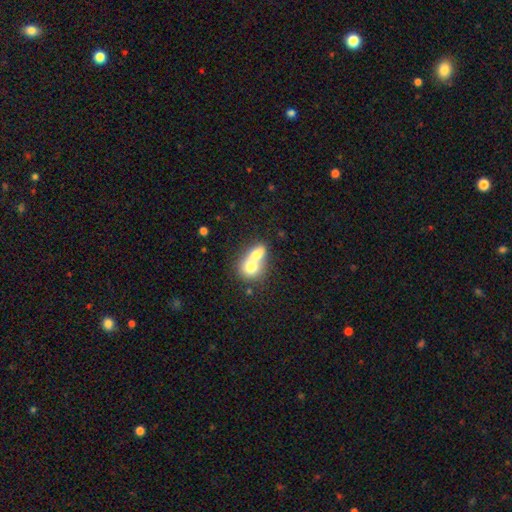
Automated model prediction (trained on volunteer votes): Overall: smooth (69%). How rounded: round (51%; in between 47%). Merging: merger (76%).